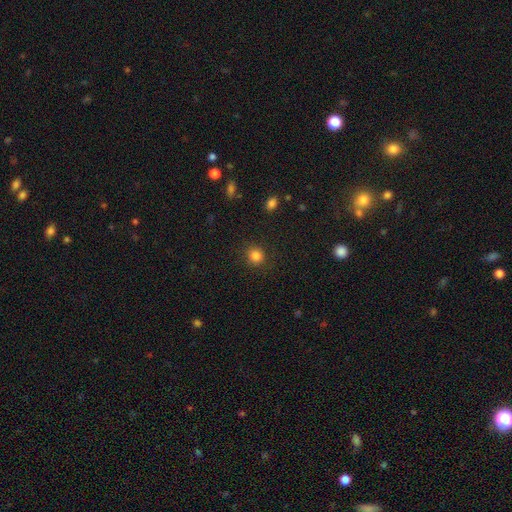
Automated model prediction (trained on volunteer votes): smooth-or-featured: smooth: 84% | star or artifact: 12% | featured or disk: 4%
  how-rounded: round: 89% | in between: 10% | cigar-shaped: 1%
  merging: none: 88% | minor disturbance: 8% | major disturbance: 3% | merger: 1%